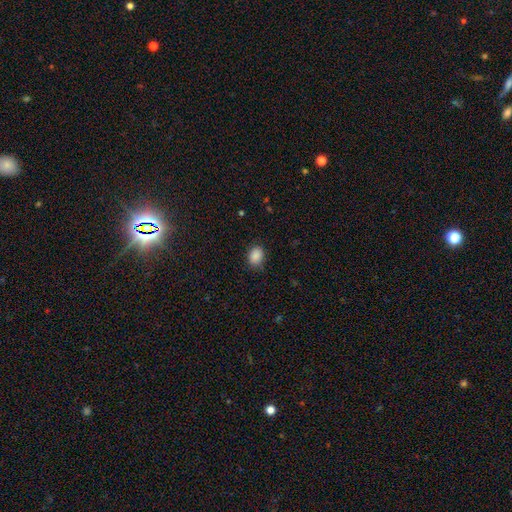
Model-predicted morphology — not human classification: type=smooth (88%); roundness=in between (62%); merging=none (81%).